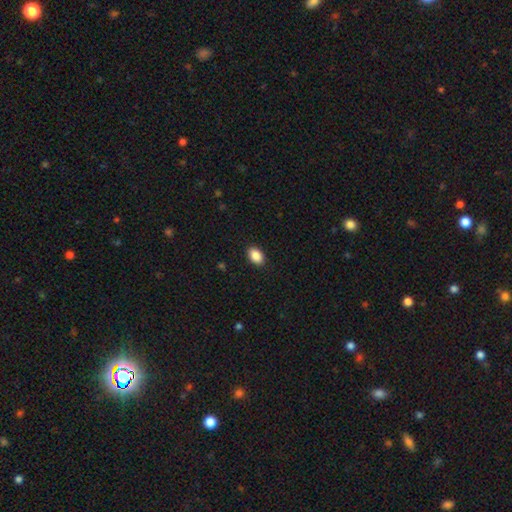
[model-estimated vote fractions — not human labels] This appears to be a smooth galaxy with no disk features (88%) that is in between round and cigar-shaped (87%). Merging: none (90%).